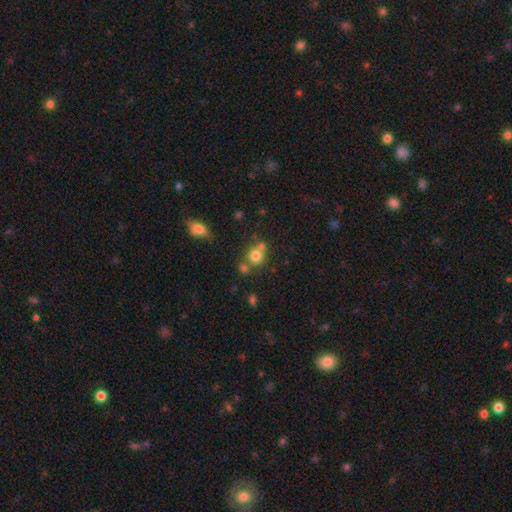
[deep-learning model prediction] smooth 77%, star or artifact 13%, featured or disk 10%. Down the decision tree: how rounded — round (85%); merging — none (56%).